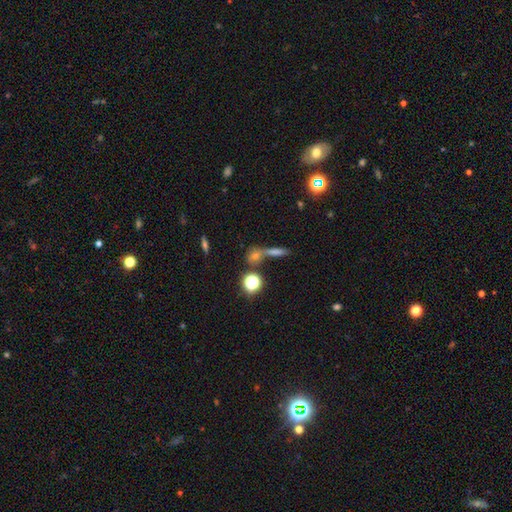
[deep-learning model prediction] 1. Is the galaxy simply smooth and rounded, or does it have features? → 51% smooth, 28% star or artifact, 21% featured or disk.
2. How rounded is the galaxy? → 52% round, 26% cigar-shaped, 22% in between.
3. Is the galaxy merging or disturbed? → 56% none, 28% merger, 9% minor disturbance, 6% major disturbance.